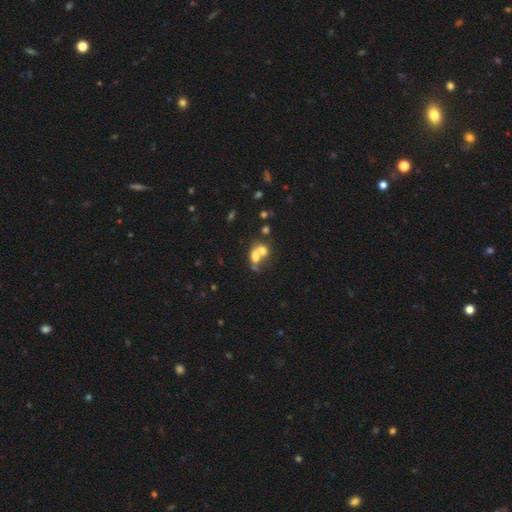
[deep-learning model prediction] Smooth or featured? smooth (64%)
How rounded? in between (55%)
Merging? merger (66%)